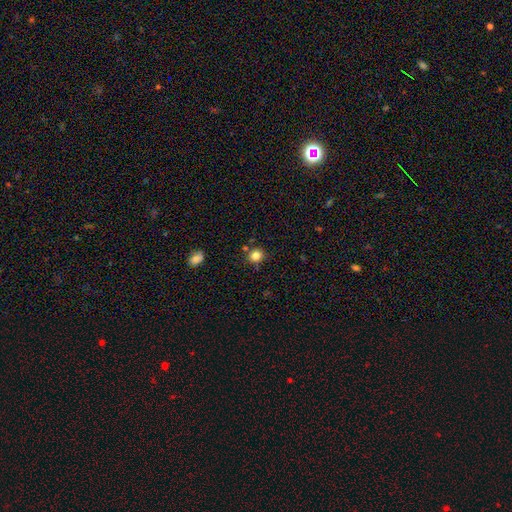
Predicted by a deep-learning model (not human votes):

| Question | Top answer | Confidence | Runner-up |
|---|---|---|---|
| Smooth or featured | smooth | 82% | star or artifact (12%) |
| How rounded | round | 87% | in between (13%) |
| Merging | none | 82% | minor disturbance (10%) |